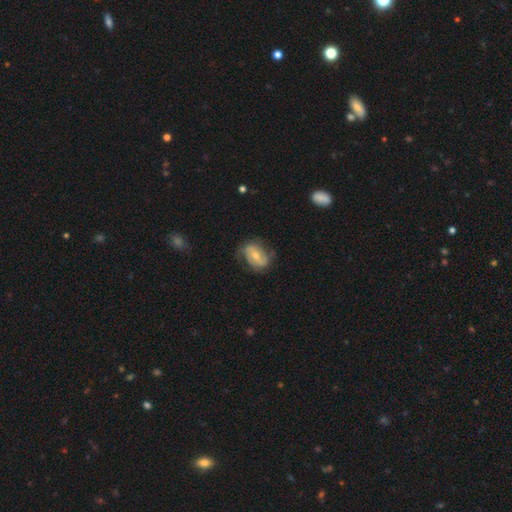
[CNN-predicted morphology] This is likely a featured or disk galaxy (62%). It is clearly not viewed edge-on (96%). Bar: marginally weak (40%). Spiral arm pattern: likely yes (74%). Central bulge: possibly moderate (59%). Merging: likely none (62%).